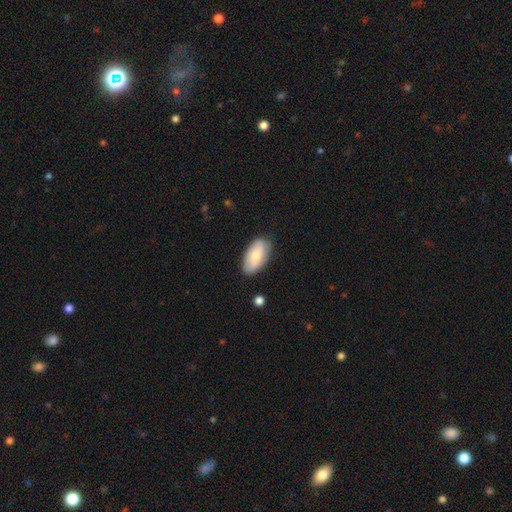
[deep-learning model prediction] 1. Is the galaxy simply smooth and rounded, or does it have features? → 70% smooth, 24% featured or disk, 6% star or artifact.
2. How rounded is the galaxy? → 94% in between, 4% cigar-shaped, 3% round.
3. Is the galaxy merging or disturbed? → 79% none, 17% minor disturbance, 3% major disturbance, 2% merger.